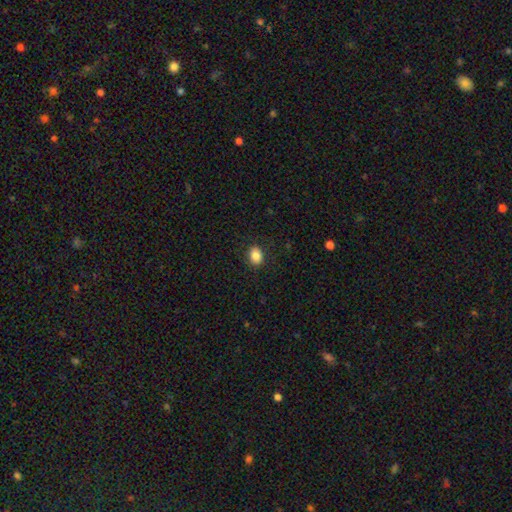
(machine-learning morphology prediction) This appears to be a smooth galaxy with no disk features (85%) that is in between round and cigar-shaped (64%). Merging: none (87%).